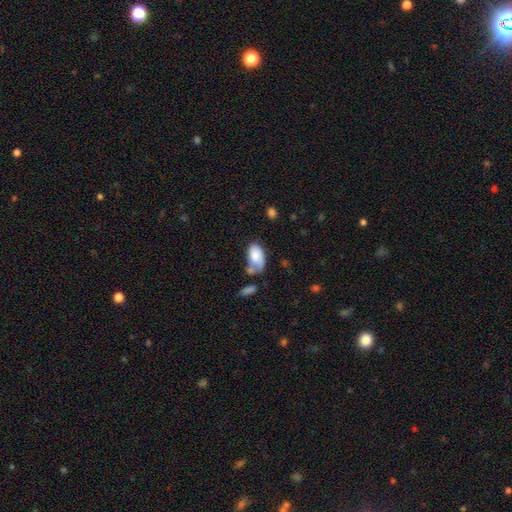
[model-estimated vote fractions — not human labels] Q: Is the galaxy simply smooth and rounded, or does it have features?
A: smooth — 76%.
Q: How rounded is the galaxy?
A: in between — 93%.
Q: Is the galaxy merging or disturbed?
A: merger — 30%.